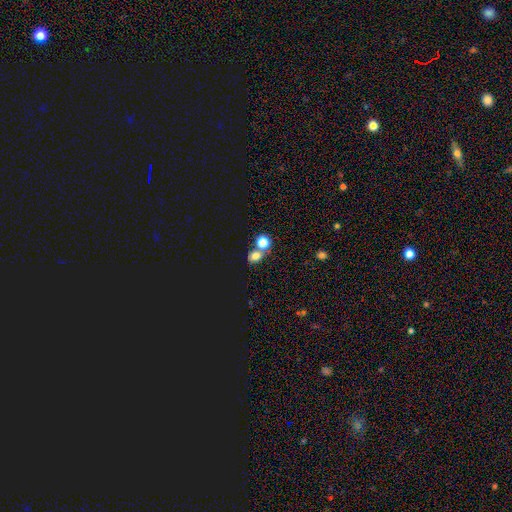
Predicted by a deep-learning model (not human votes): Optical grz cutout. It shows a smooth galaxy with no disk features (71%) that is round (57%). Merging: none (44%).